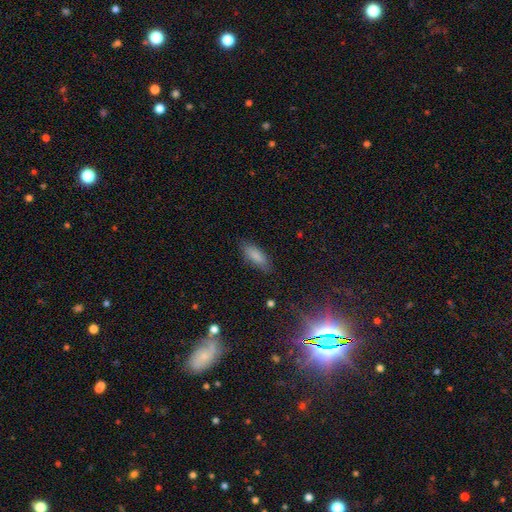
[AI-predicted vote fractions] This is clearly a smooth galaxy (85%). How rounded: likely in between (71%). Merging: clearly none (82%).